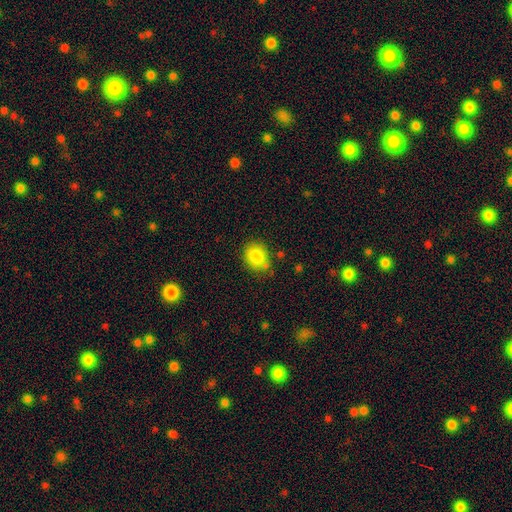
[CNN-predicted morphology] Smooth or featured? smooth (86%)
How rounded? in between (56%)
Merging? none (71%)